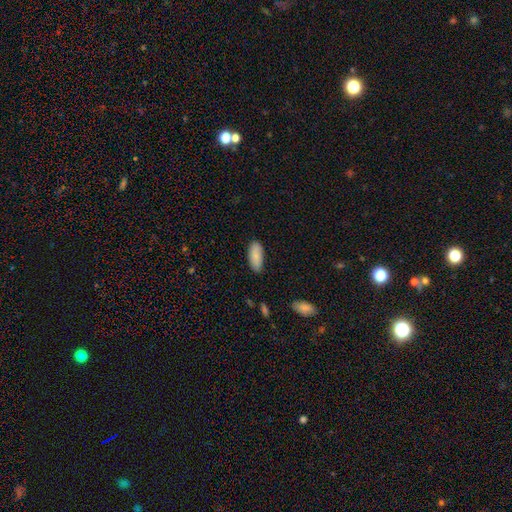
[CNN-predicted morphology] Smooth or featured? smooth (86%)
How rounded? in between (85%)
Merging? none (84%)